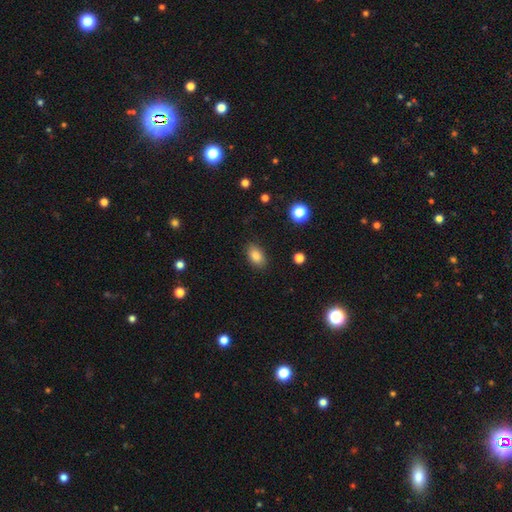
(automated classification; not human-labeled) smooth-or-featured: smooth: 84% | star or artifact: 9% | featured or disk: 6%
  how-rounded: in between: 88% | round: 10% | cigar-shaped: 2%
  merging: none: 87% | minor disturbance: 10% | major disturbance: 3% | merger: 1%